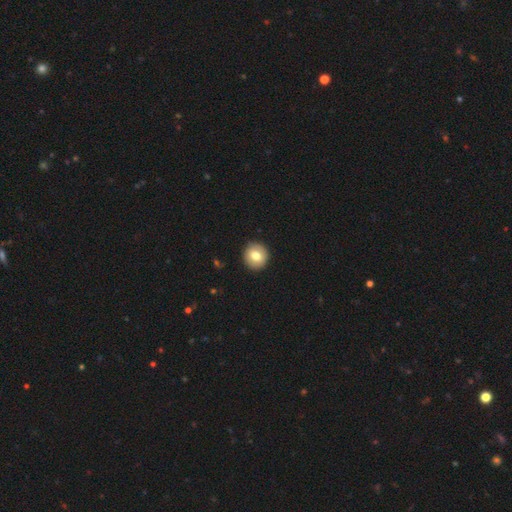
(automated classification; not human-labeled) Overall: smooth (76%). How rounded: round (92%). Merging: none (91%).